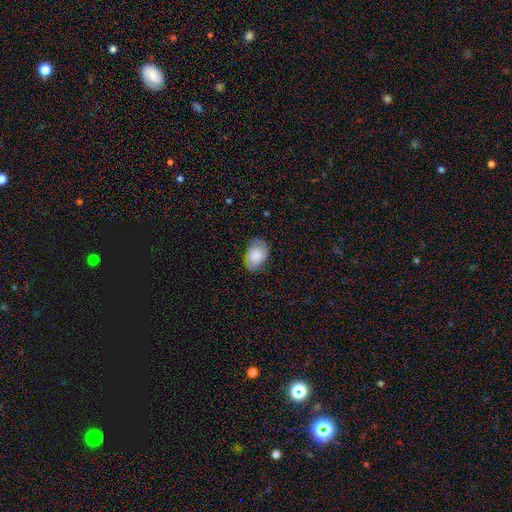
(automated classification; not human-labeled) smooth-or-featured: smooth: 70% | featured or disk: 23% | star or artifact: 7%
  how-rounded: in between: 85% | round: 14% | cigar-shaped: 1%
  merging: none: 67% | minor disturbance: 27% | major disturbance: 5% | merger: 1%